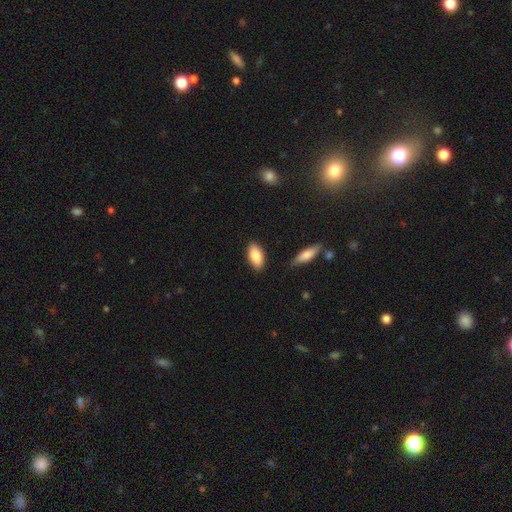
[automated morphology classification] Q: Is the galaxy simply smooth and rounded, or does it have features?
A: smooth — 85%.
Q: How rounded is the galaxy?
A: in between — 92%.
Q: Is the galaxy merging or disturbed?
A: none — 86%.